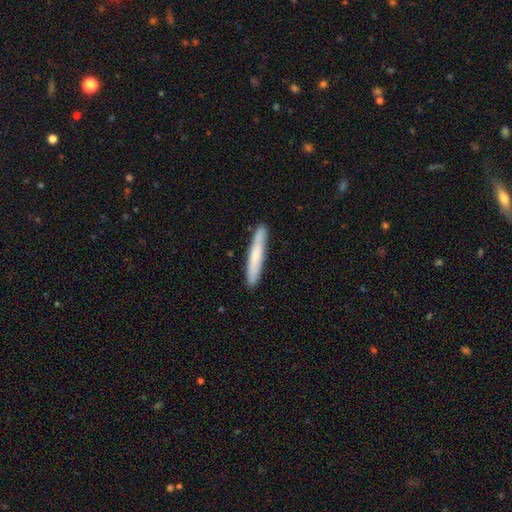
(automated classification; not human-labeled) This appears to be a smooth galaxy with no disk features (66%) that is cigar-shaped (95%). Merging: none (89%).